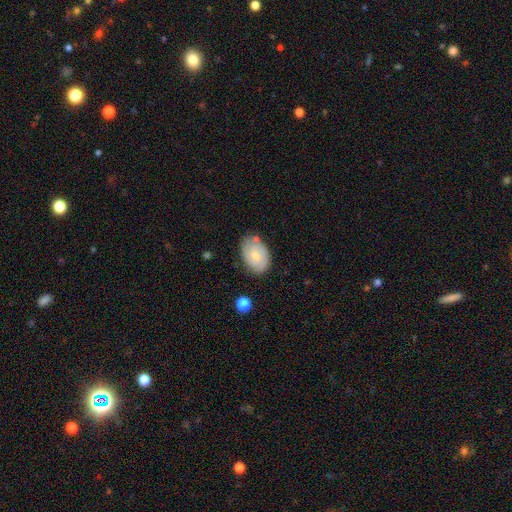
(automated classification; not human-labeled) This is possibly a featured or disk galaxy (56%). It is clearly not viewed edge-on (96%). Bar: likely no (67%). Spiral arm pattern: likely yes (79%). Central bulge: possibly small (50%). Merging: likely none (73%).